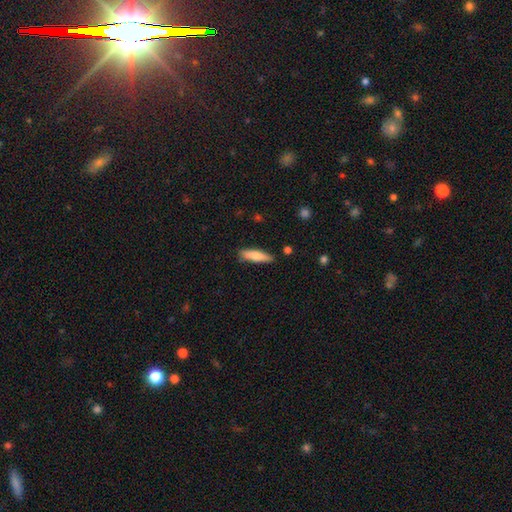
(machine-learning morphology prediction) A smooth galaxy with no disk features (71%) that is cigar-shaped (70%). Merging: none (81%).